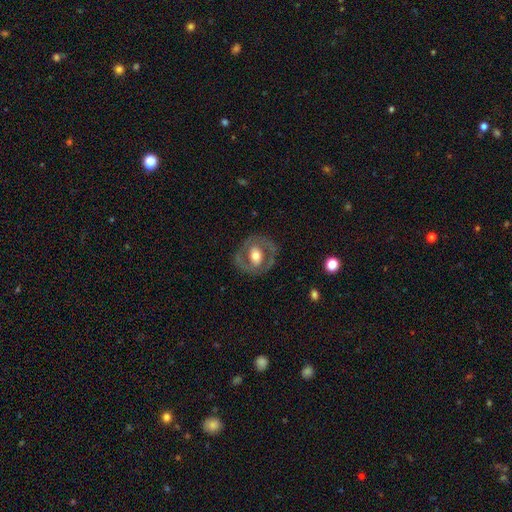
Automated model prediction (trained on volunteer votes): This is likely a featured or disk galaxy (64%). It is clearly not viewed edge-on (95%). Bar: possibly no (56%). Spiral arm pattern: possibly no (59%). Central bulge: likely moderate (60%). Merging: likely none (78%).